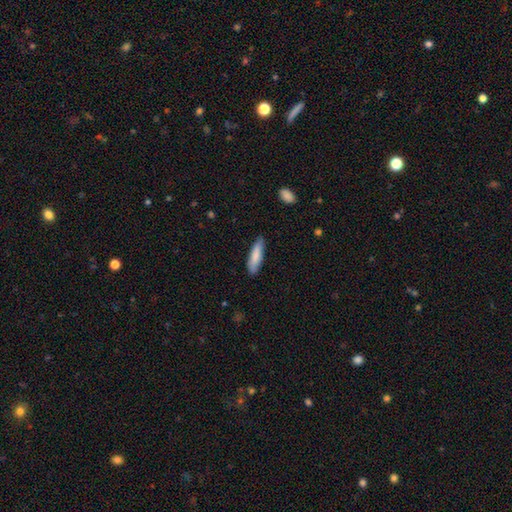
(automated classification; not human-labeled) Q: Smooth or featured?
A: smooth (84%); runner-up: featured or disk (11%)
Q: How rounded?
A: cigar-shaped (72%); runner-up: in between (27%)
Q: Merging?
A: none (83%); runner-up: minor disturbance (14%)